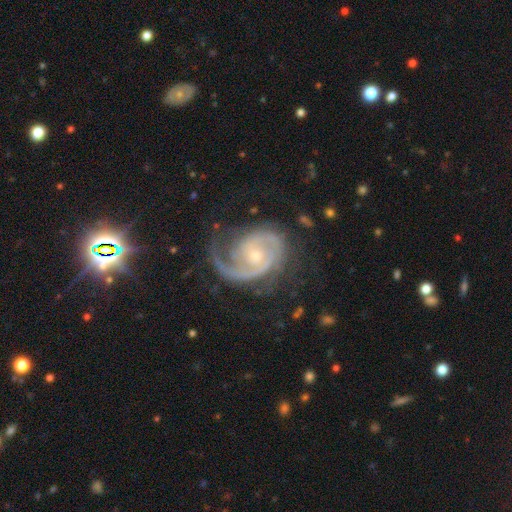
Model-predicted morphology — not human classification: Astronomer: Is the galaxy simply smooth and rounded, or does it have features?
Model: featured or disk — 89%.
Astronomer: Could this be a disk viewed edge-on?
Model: no — 98%.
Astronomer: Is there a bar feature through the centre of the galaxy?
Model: no — 68%.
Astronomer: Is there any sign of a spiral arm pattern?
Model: yes — 97%.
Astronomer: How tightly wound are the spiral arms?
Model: medium — 43% (runner-up: tight, 42%).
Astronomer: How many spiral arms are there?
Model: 2 — 48% (runner-up: 1, 33%).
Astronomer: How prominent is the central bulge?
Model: small — 64%.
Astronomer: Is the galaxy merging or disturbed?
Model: none — 57%.